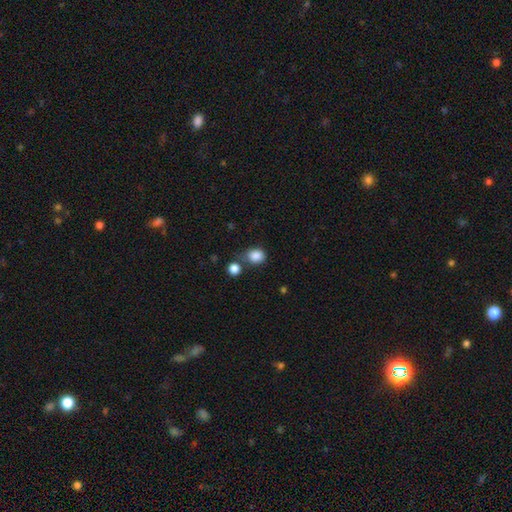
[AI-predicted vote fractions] This is clearly a smooth galaxy (86%). How rounded: possibly round (55%). Merging: likely none (60%).